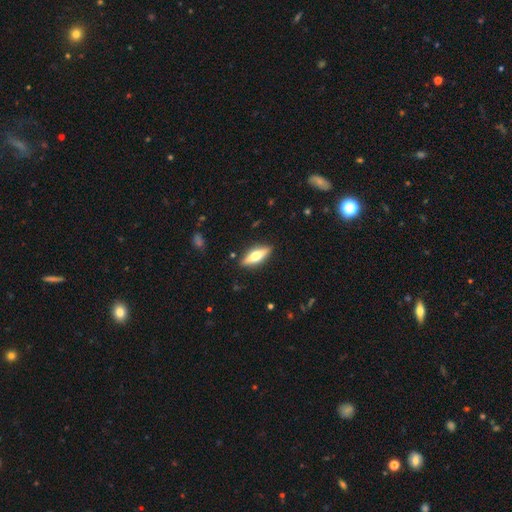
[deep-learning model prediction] Smooth or featured?
  - featured or disk: 48% *
  - smooth: 46%
  - star or artifact: 6%
Merging?
  - none: 88% *
  - minor disturbance: 8%
  - major disturbance: 2%
  - merger: 1%